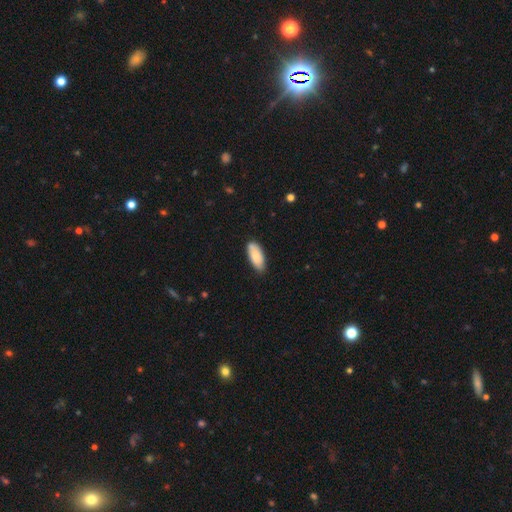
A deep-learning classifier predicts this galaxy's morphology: smooth 82%, featured or disk 12%, star or artifact 6%. Down the decision tree: how rounded — in between (86%); merging — none (79%).